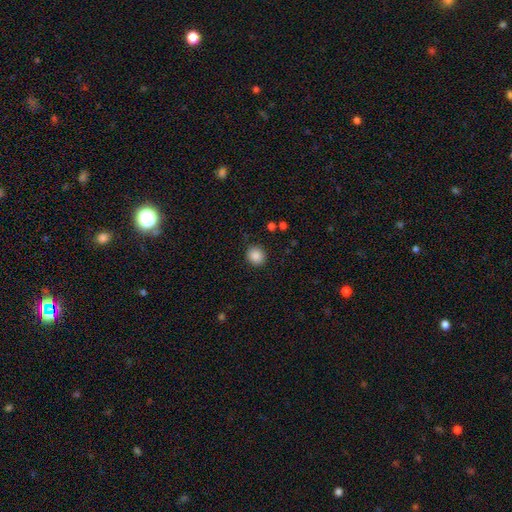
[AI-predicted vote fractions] Morphology: type=smooth (88%); roundness=round (87%); merging=none (89%).